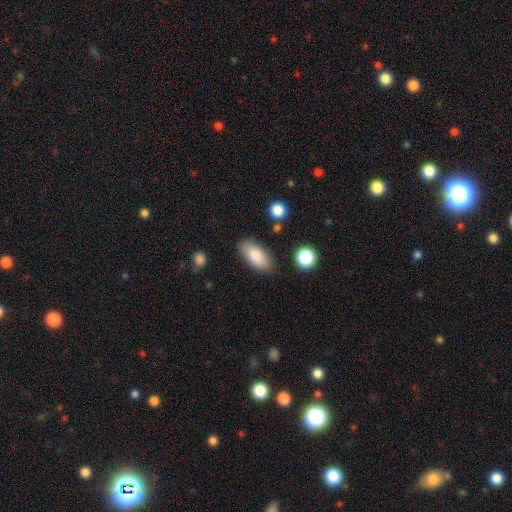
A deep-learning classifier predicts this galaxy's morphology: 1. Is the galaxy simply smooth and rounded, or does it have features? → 85% smooth, 9% featured or disk, 7% star or artifact.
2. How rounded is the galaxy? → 88% in between, 10% cigar-shaped, 3% round.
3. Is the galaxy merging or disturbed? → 82% none, 12% minor disturbance, 3% major disturbance, 3% merger.